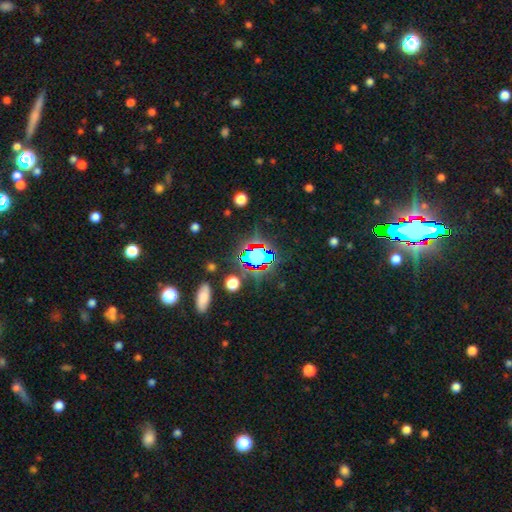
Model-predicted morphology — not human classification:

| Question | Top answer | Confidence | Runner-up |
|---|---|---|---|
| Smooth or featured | star or artifact | 61% | smooth (25%) |